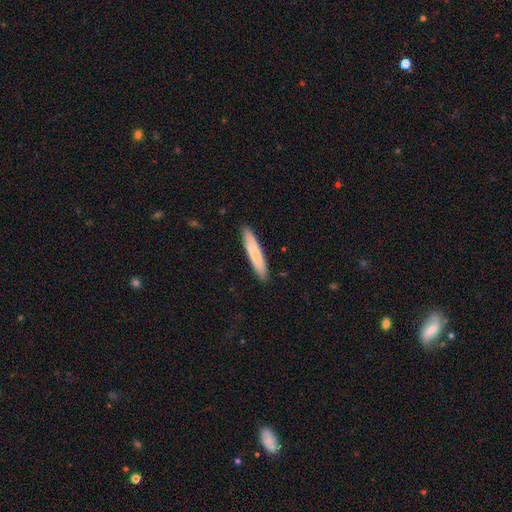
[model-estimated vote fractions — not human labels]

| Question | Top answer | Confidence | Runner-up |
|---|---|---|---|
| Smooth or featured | smooth | 77% | featured or disk (18%) |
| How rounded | cigar-shaped | 91% | in between (7%) |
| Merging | none | 89% | minor disturbance (8%) |